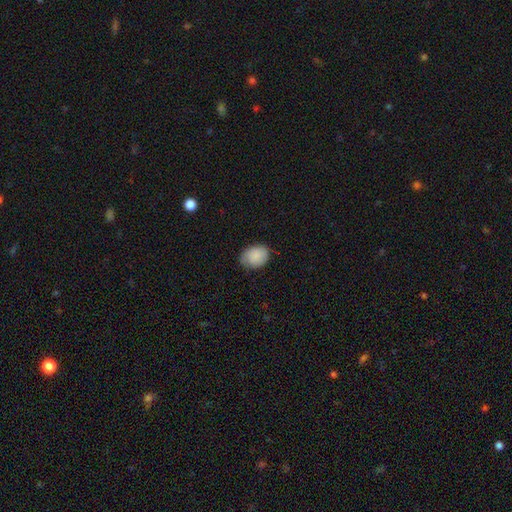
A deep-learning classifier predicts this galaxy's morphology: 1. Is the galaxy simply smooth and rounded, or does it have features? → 85% smooth, 8% featured or disk, 7% star or artifact.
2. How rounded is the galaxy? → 68% in between, 31% round, 1% cigar-shaped.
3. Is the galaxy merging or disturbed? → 74% none, 21% minor disturbance, 4% major disturbance, 1% merger.